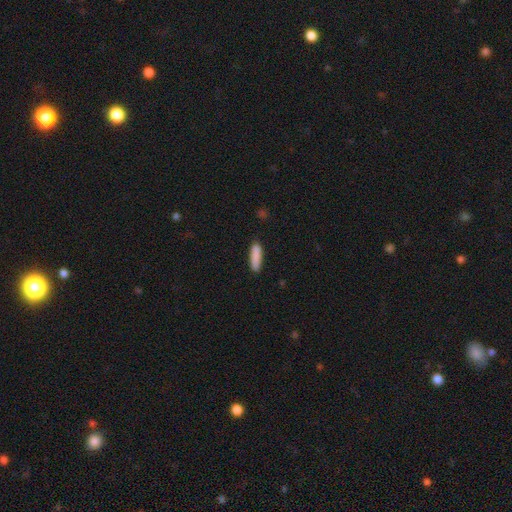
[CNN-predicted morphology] smooth 88%, star or artifact 6%, featured or disk 6%. Down the decision tree: how rounded — cigar-shaped (70%); merging — none (86%).